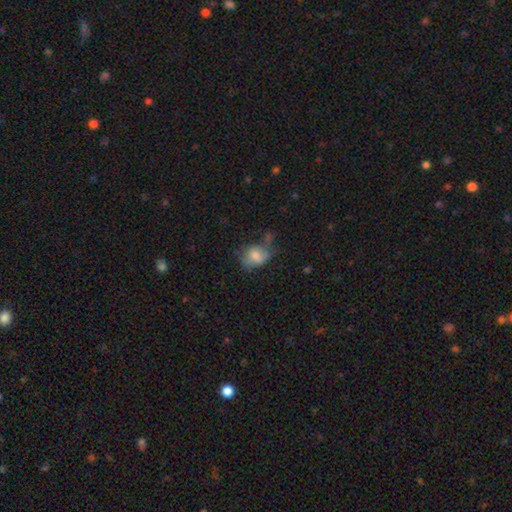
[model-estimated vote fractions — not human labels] Smooth or featured?
  - smooth: 68% *
  - featured or disk: 23%
  - star or artifact: 10%
How rounded?
  - in between: 65% *
  - round: 34%
  - cigar-shaped: 1%
Merging?
  - none: 36% *
  - minor disturbance: 31%
  - major disturbance: 24%
  - merger: 9%